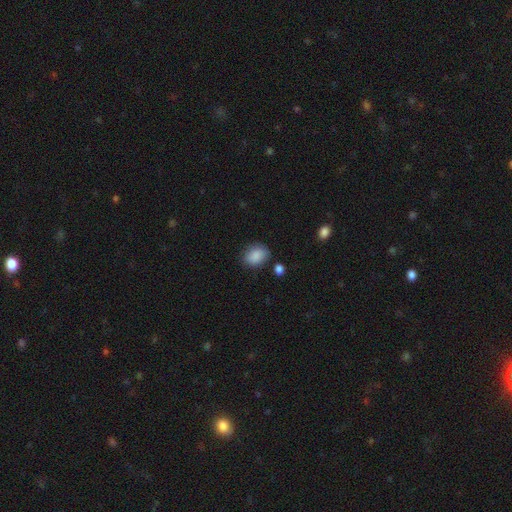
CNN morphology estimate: Smooth or featured? Predicted: smooth (p=0.87). How rounded? Predicted: in between (p=0.63). Merging? Predicted: none (p=0.77).